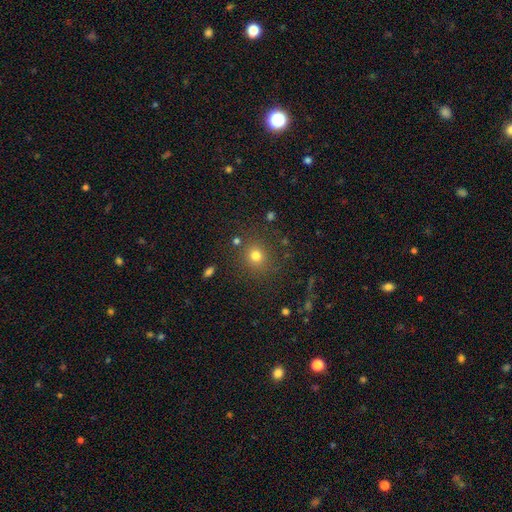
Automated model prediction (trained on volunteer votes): A smooth galaxy with no disk features (63%) that is round (92%). Merging: none (85%).